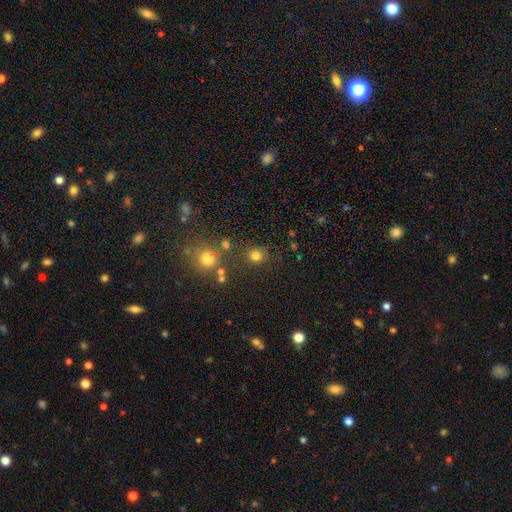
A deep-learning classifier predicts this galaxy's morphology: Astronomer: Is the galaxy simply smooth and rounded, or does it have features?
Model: smooth — 77%.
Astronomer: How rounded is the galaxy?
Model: round — 89%.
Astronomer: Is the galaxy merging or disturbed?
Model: none — 81%.